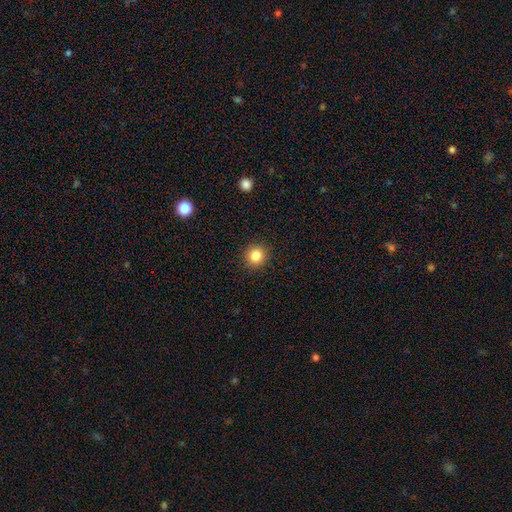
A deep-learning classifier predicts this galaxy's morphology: Smooth or featured? Predicted: smooth (p=0.84). How rounded? Predicted: round (p=0.91). Merging? Predicted: none (p=0.91).